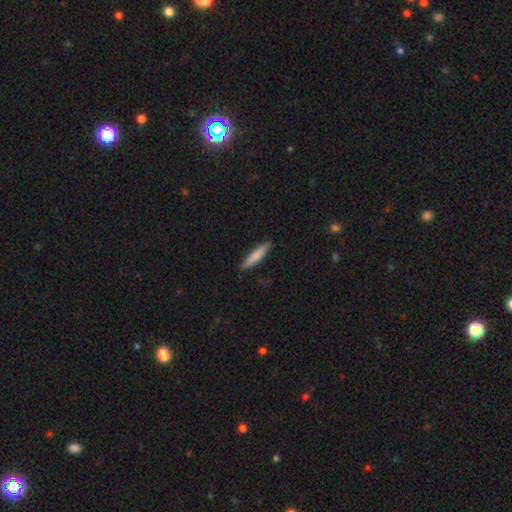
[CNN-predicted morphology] Q: Smooth or featured?
A: smooth (80%); runner-up: featured or disk (14%)
Q: How rounded?
A: cigar-shaped (87%); runner-up: in between (12%)
Q: Merging?
A: none (89%); runner-up: minor disturbance (8%)